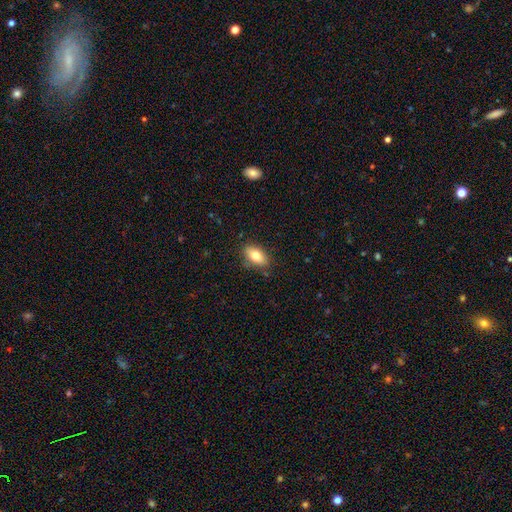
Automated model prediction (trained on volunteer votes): This appears to be a smooth galaxy with no disk features (76%) that is in between round and cigar-shaped (88%). Merging: none (82%).